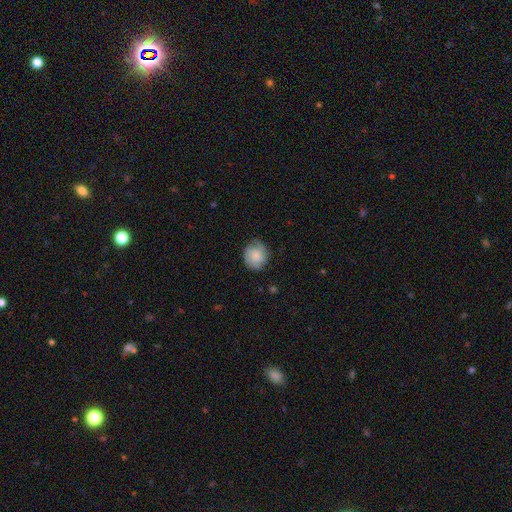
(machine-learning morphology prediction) This is likely a smooth galaxy (64%). How rounded: likely round (78%). Merging: likely none (70%).